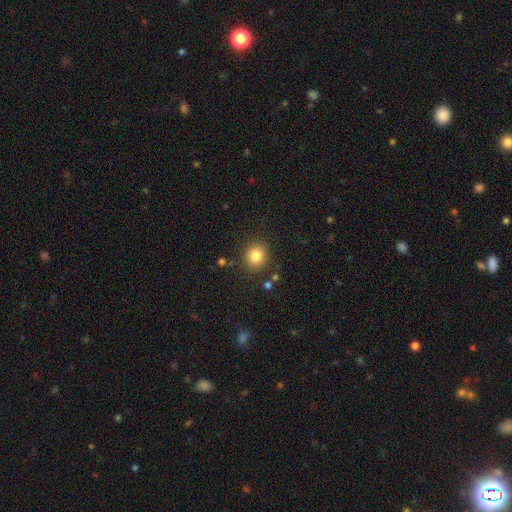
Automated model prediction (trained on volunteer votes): This appears to be a smooth galaxy with no disk features (83%) that is round (86%). Merging: none (87%).